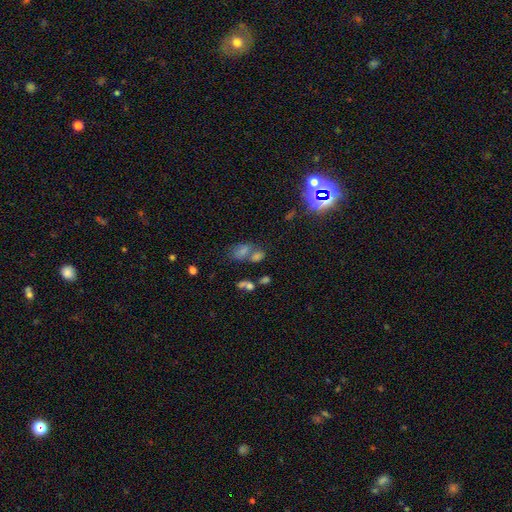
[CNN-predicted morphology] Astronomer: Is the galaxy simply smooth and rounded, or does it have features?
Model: smooth — 43% (runner-up: star or artifact, 42%).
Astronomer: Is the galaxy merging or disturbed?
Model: none — 42% (runner-up: merger, 40%).